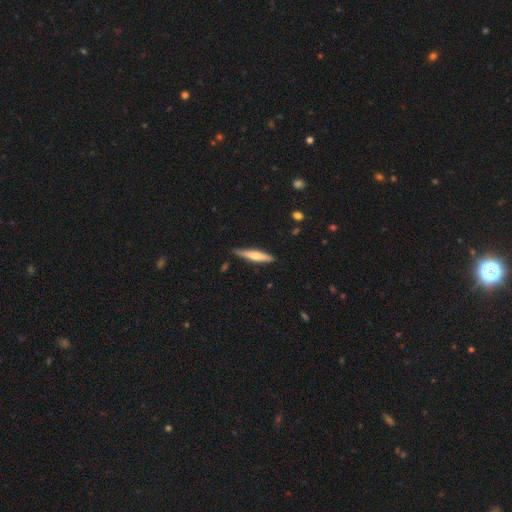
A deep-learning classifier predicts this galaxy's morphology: Smooth or featured? smooth (59%)
How rounded? cigar-shaped (88%)
Merging? none (80%)